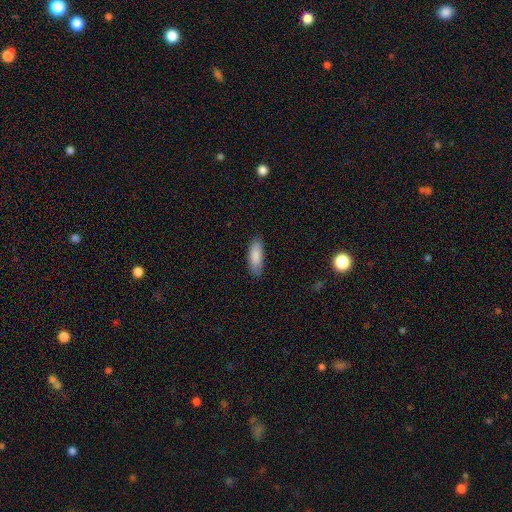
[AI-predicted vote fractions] Morphology: type=smooth (87%); roundness=in between (65%); merging=none (84%).